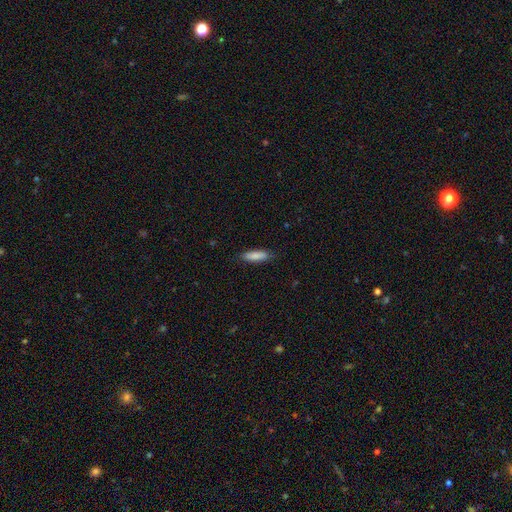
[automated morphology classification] Smooth or featured? smooth (85%)
How rounded? cigar-shaped (55%)
Merging? none (83%)